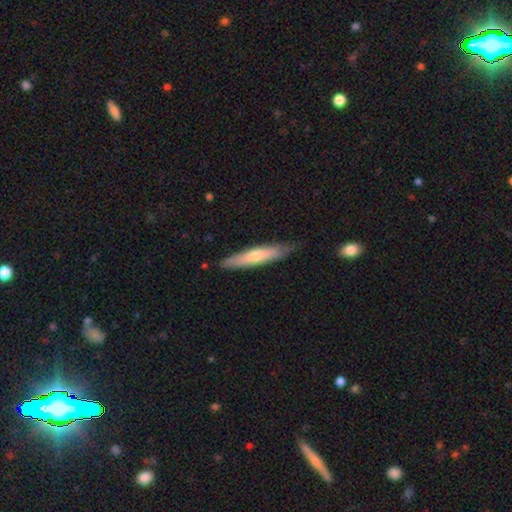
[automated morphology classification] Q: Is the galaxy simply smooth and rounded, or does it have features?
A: smooth — 60%.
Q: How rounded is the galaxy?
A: cigar-shaped — 87%.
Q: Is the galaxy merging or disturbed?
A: none — 82%.